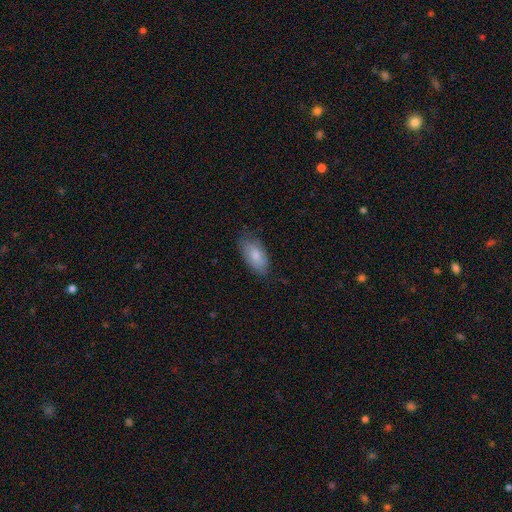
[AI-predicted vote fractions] This is likely a smooth galaxy (78%). How rounded: clearly in between (93%). Merging: likely none (71%).